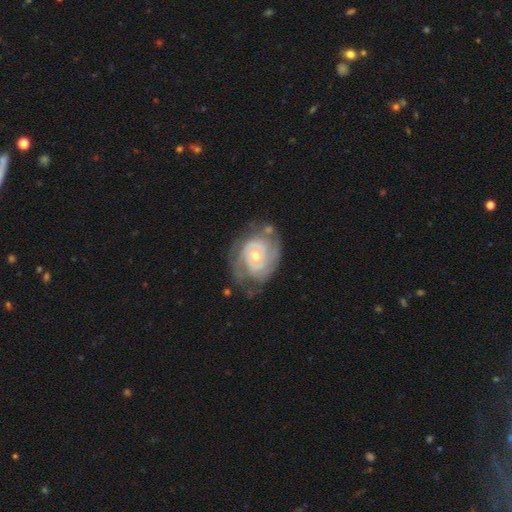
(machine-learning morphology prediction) The model was most divided on "bulge size" (2-way tie): moderate: 48%, small: 48%, large: 2%, none: 1%, dominant: 1%. Remaining: edge-on disk — no (97%); spiral arms — yes (88%); smooth or featured — featured or disk (83%); bar — no (69%); spiral winding — tight (67%); merging — none (60%); spiral arm count — 2 (43%).